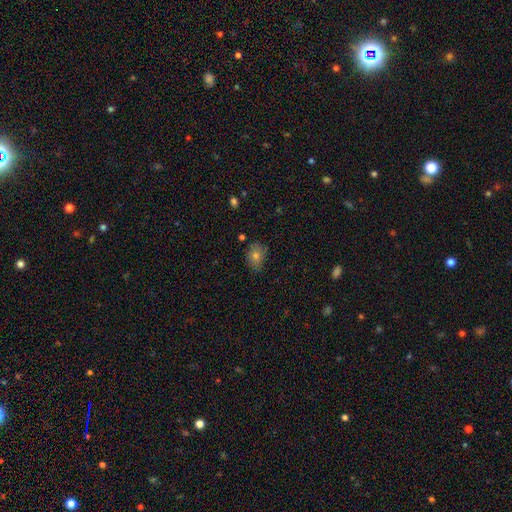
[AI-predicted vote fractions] Morphology: type=smooth (72%); roundness=in between (62%); merging=none (70%).